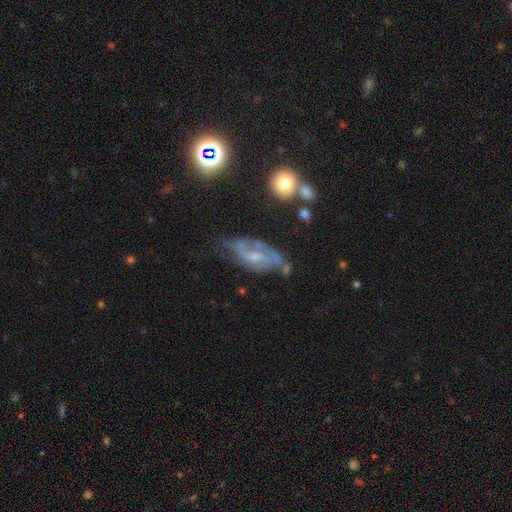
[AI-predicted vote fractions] This appears to be a featured or disk galaxy (73%) with a weak bar (48%), 2 (63%) medium (46%) spiral arms (83%) and a small central bulge (48%). Merging: none (48%).